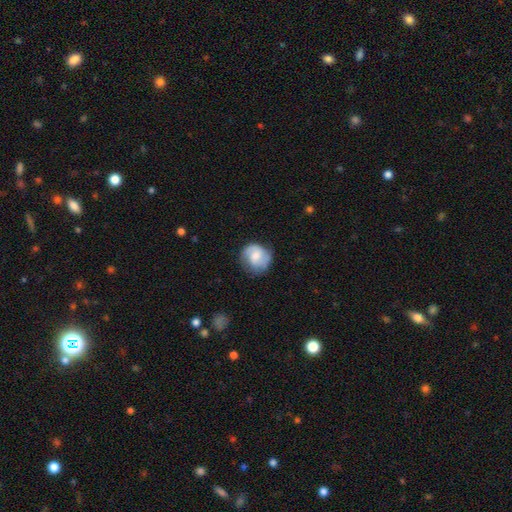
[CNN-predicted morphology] This appears to be a featured or disk galaxy (51%) with no bar (53%), spiral arms (87%) and a moderate central bulge (49%). Merging: none (69%).